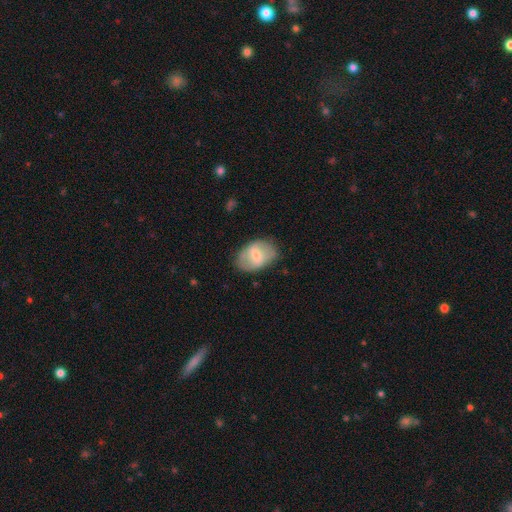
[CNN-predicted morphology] Smooth or featured: smooth — 54% (featured or disk — 39%)
How rounded: in between — 83% (round — 16%)
Merging: none — 72% (minor disturbance — 20%)